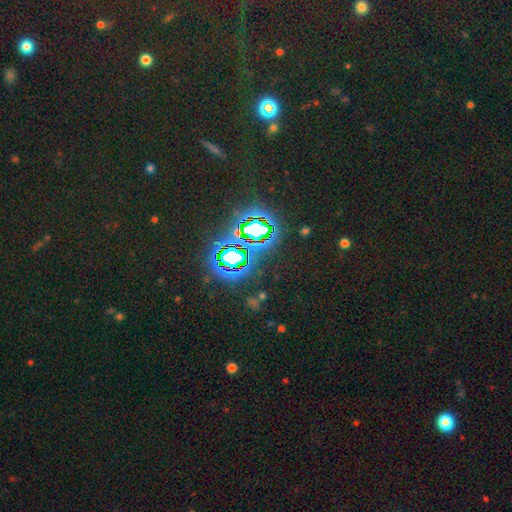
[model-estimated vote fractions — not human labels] A star or artifact, not a galaxy (79%).

Vote fractions:
- Smooth or featured? star or artifact: 79% / smooth: 14% / featured or disk: 8%